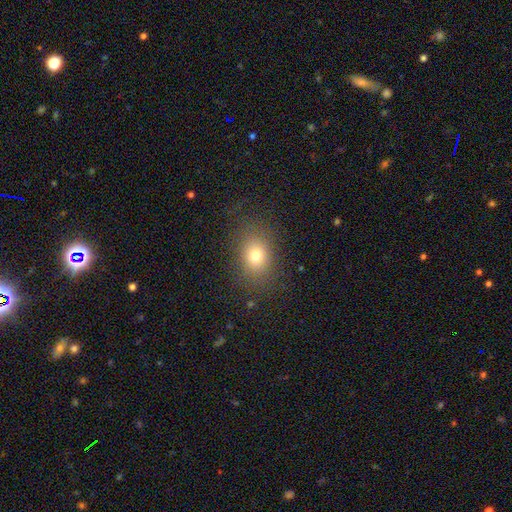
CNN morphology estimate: Smooth or featured: smooth — 74% (star or artifact — 14%)
How rounded: in between — 60% (round — 39%)
Merging: none — 82% (minor disturbance — 11%)